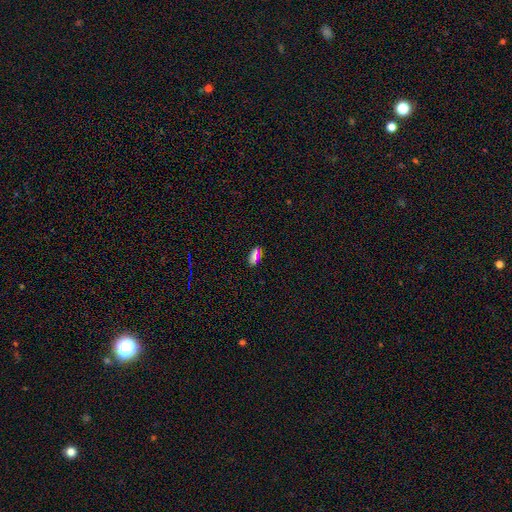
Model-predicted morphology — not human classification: smooth 69%, star or artifact 23%, featured or disk 8%. Down the decision tree: how rounded — in between (77%); merging — none (87%).